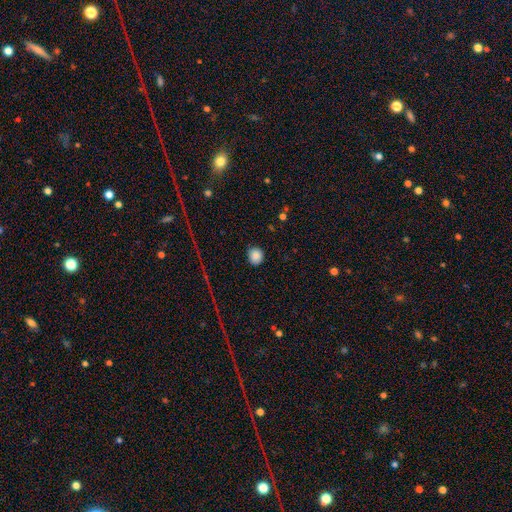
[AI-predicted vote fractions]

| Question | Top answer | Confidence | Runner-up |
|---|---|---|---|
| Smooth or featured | smooth | 85% | star or artifact (11%) |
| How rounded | round | 83% | in between (16%) |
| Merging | none | 89% | minor disturbance (8%) |